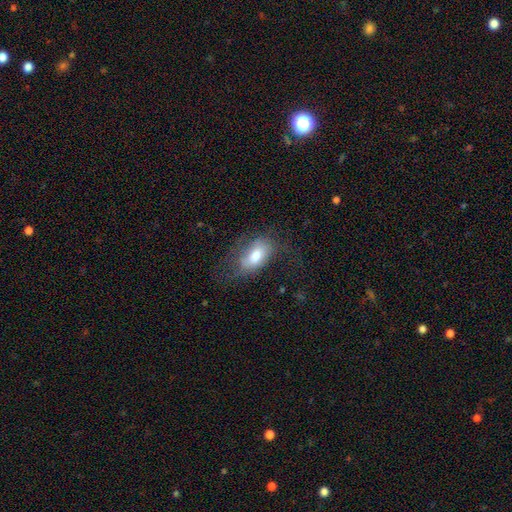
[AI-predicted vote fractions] This appears to be a smooth galaxy with no disk features (62%) that is in between round and cigar-shaped (90%). Merging: none (51%).